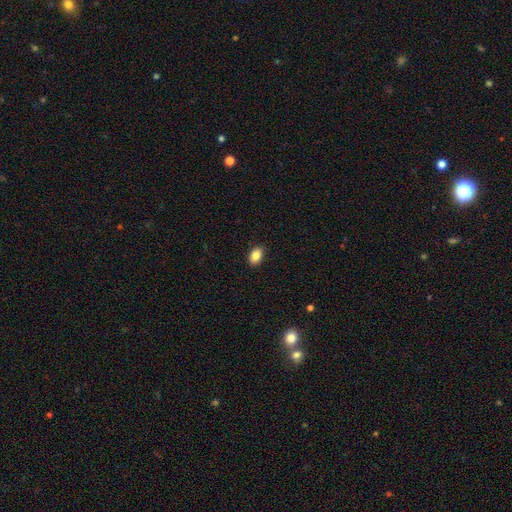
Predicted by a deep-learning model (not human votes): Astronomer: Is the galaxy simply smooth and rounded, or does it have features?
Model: smooth — 86%.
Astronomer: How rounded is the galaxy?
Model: in between — 85%.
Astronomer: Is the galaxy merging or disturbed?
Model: none — 88%.